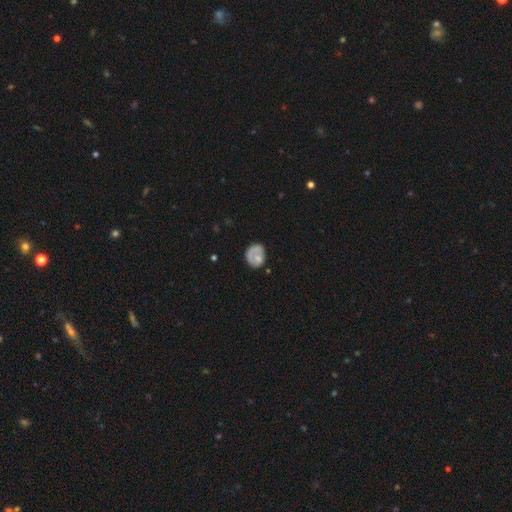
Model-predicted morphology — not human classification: Smooth or featured? smooth (58%)
How rounded? round (54%)
Merging? none (49%)